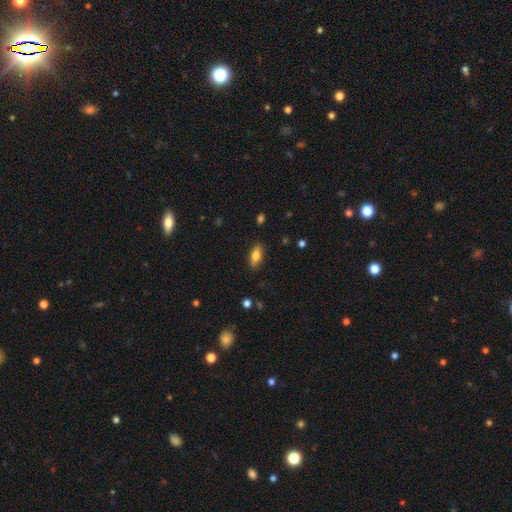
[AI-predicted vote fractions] Q: Smooth or featured?
A: smooth (77%); runner-up: featured or disk (15%)
Q: How rounded?
A: in between (82%); runner-up: cigar-shaped (15%)
Q: Merging?
A: none (87%); runner-up: minor disturbance (10%)